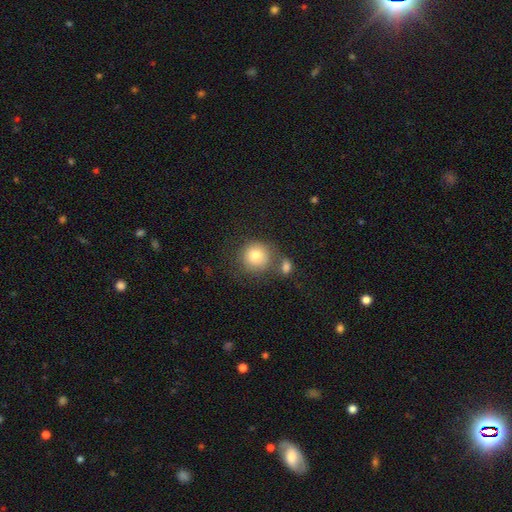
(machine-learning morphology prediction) Smooth or featured? Predicted: smooth (p=0.81). How rounded? Predicted: round (p=0.92). Merging? Predicted: none (p=0.58).